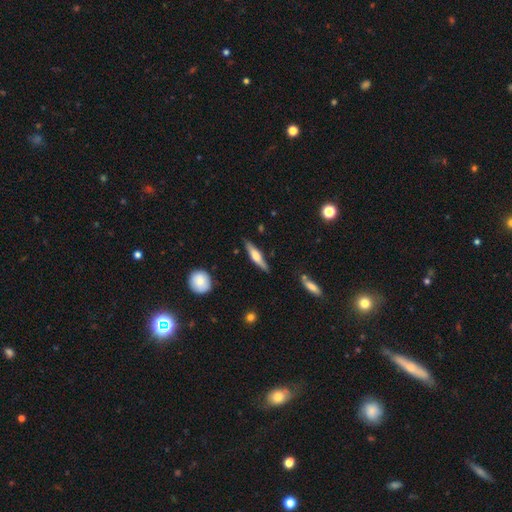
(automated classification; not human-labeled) Overall: featured or disk (57%; smooth 37%). Edge-on disk: yes (95%). Edge-on bulge: rounded (82%). Merging: none (84%).